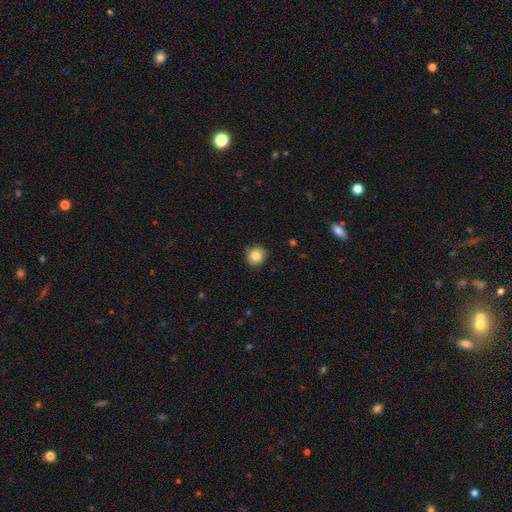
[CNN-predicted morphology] Smooth or featured? smooth (83%)
How rounded? round (87%)
Merging? none (86%)